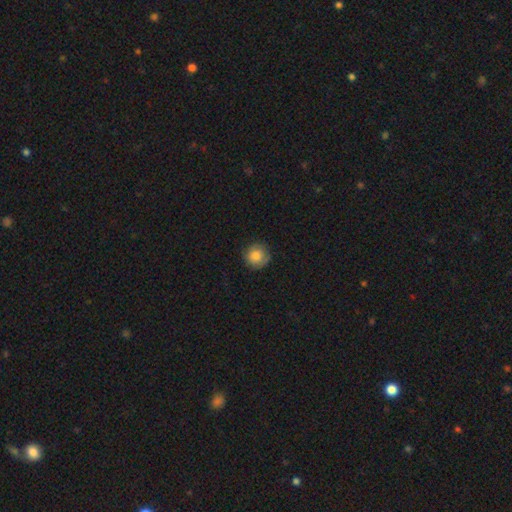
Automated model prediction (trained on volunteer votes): Q: Smooth or featured?
A: smooth (82%); runner-up: featured or disk (10%)
Q: How rounded?
A: round (93%); runner-up: in between (6%)
Q: Merging?
A: none (81%); runner-up: minor disturbance (15%)